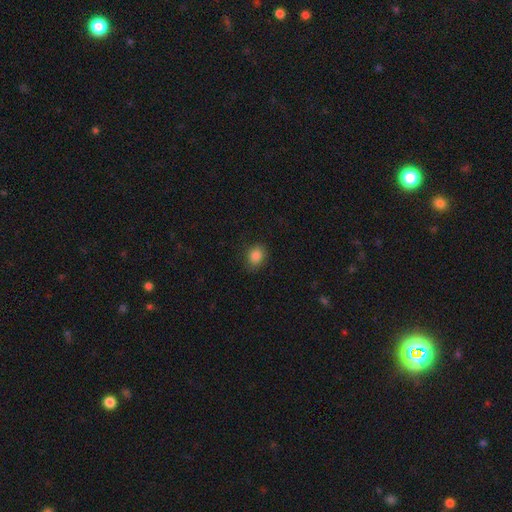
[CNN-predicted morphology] Smooth or featured? smooth (86%)
How rounded? in between (50%)
Merging? none (84%)